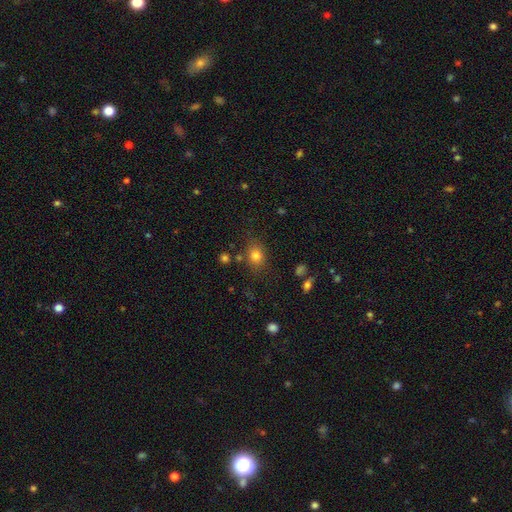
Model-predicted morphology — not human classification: smooth-or-featured: smooth: 79% | star or artifact: 13% | featured or disk: 8%
  how-rounded: round: 55% | in between: 44% | cigar-shaped: 1%
  merging: none: 78% | minor disturbance: 13% | merger: 5% | major disturbance: 4%